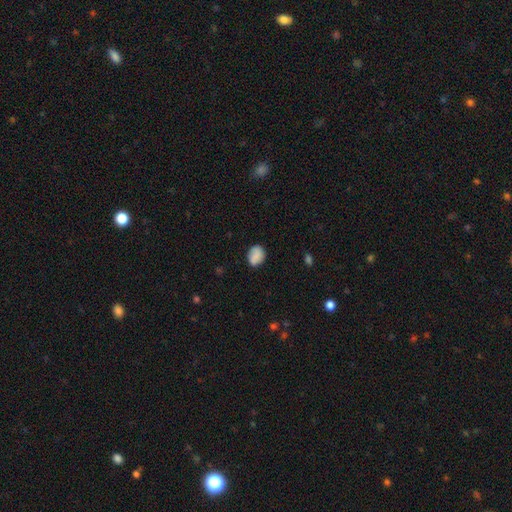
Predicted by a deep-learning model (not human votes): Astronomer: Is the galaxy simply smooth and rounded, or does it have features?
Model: smooth — 81%.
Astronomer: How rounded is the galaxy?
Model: in between — 59% (runner-up: round, 40%).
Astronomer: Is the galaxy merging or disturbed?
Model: none — 75%.